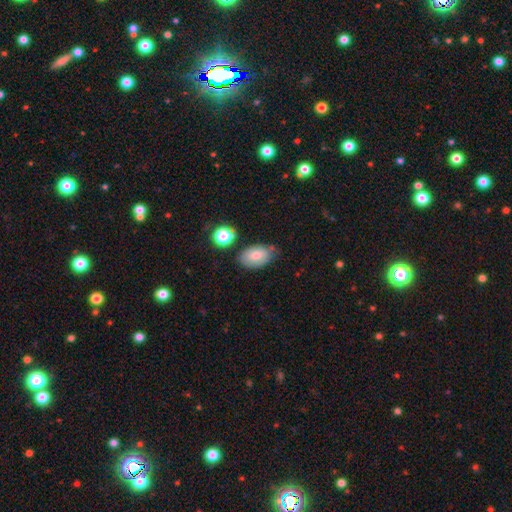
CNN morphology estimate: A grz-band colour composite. It shows a smooth galaxy with no disk features (73%) that is in between round and cigar-shaped (89%). Merging: none (67%).